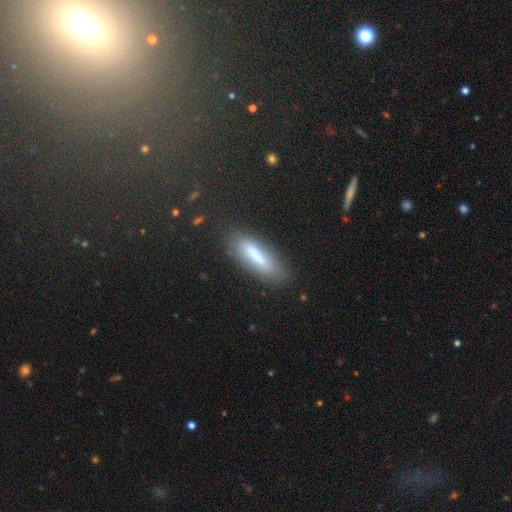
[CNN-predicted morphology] Q: Smooth or featured?
A: smooth (68%); runner-up: featured or disk (22%)
Q: How rounded?
A: cigar-shaped (60%); runner-up: in between (38%)
Q: Merging?
A: none (77%); runner-up: minor disturbance (16%)